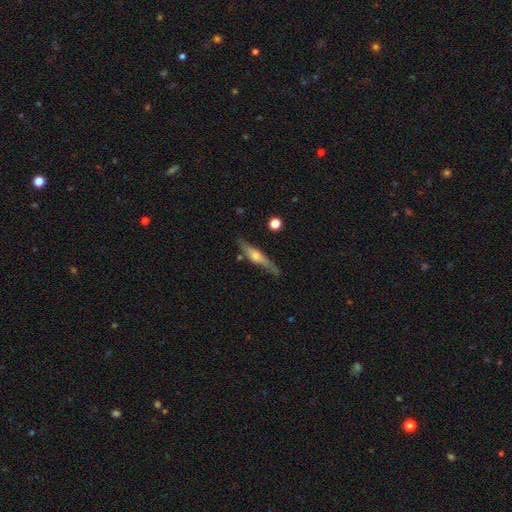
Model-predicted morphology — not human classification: Smooth or featured: featured or disk — 56% (smooth — 38%)
Edge-on disk: yes — 88% (no — 12%)
Merging: none — 74% (minor disturbance — 18%)